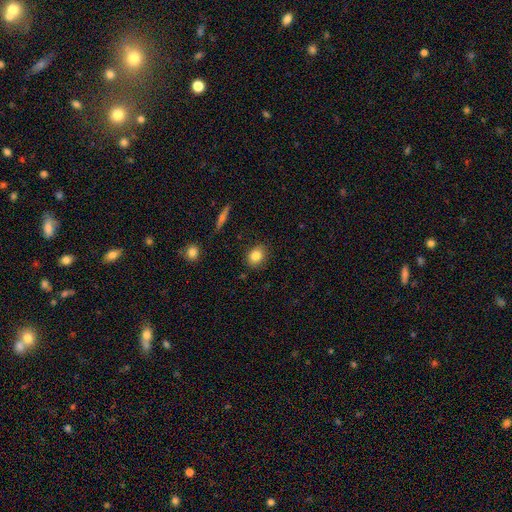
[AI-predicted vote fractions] Morphology: type=smooth (82%); roundness=round (50%); merging=none (86%).